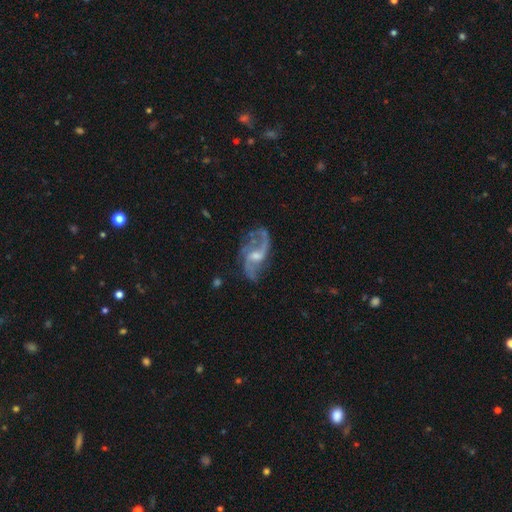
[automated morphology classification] This is clearly a featured or disk galaxy (86%). It is clearly not viewed edge-on (96%). Bar: possibly weak (52%). Spiral arm pattern: clearly yes (94%). Spiral arm count: likely 2 (73%). Spiral winding: likely loose (62%). Central bulge: possibly moderate (49%). Merging: likely none (63%).